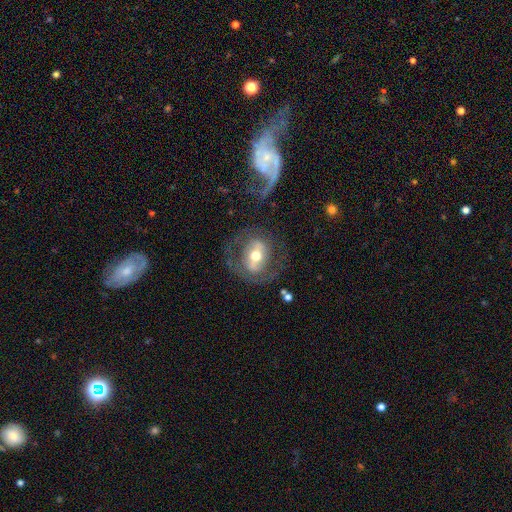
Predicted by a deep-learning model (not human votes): A featured or disk galaxy (68%) with a strong bar (43%), spiral arms (54%) and a moderate central bulge (71%).

Vote fractions:
- Smooth or featured? featured or disk: 68% / smooth: 25% / star or artifact: 7%
- Edge-on disk? no: 94% / yes: 6%
- Bar? strong: 43% / weak: 33% / no: 24%
- Spiral arms? yes: 54% / no: 46%
- Bulge size? moderate: 71% / small: 13% / large: 13% / dominant: 1% / none: 1%
- Merging? none: 69% / minor disturbance: 15% / major disturbance: 14% / merger: 2%